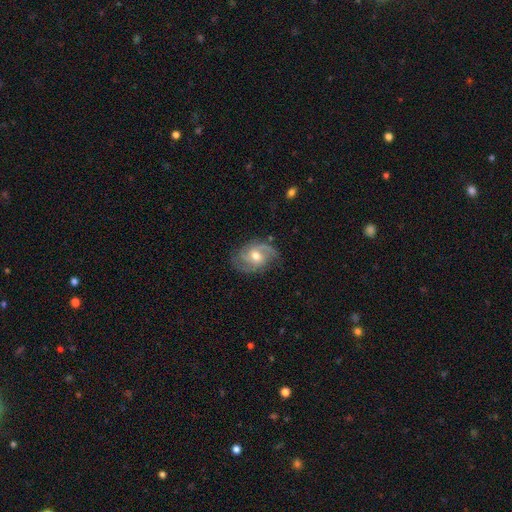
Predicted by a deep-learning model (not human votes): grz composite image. It shows a featured or disk galaxy (82%) with no bar (55%), 2 (55%) medium (48%) spiral arms (95%) and a moderate central bulge (72%). Merging: none (71%).